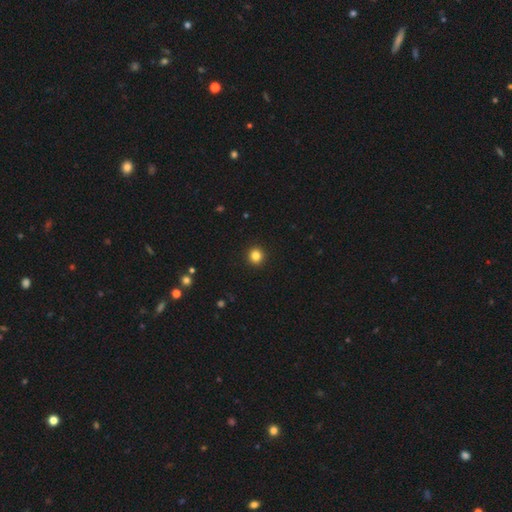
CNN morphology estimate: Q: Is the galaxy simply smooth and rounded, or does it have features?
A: smooth — 84%.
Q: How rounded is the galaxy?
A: round — 93%.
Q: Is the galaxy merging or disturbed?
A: none — 93%.